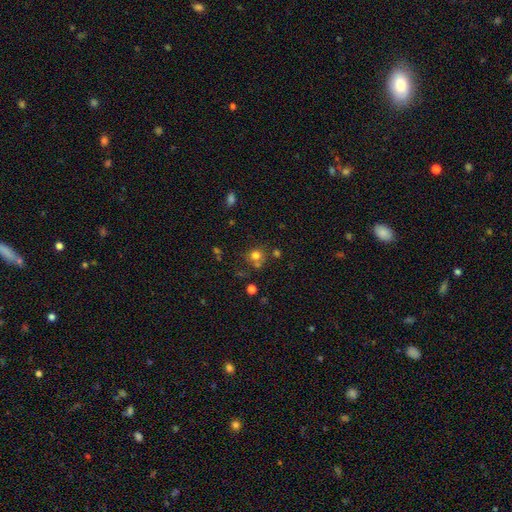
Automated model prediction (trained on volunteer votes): smooth 74%, star or artifact 16%, featured or disk 10%. Down the decision tree: how rounded — round (86%); merging — none (61%).